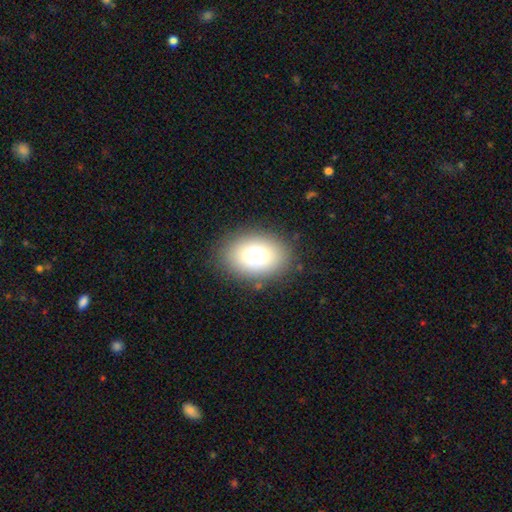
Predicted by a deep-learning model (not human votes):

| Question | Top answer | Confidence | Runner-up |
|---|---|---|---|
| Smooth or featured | smooth | 74% | featured or disk (13%) |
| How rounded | in between | 67% | round (32%) |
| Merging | none | 85% | minor disturbance (9%) |